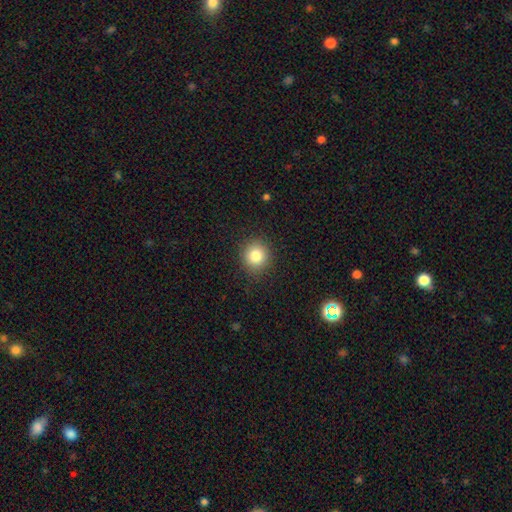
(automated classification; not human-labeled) A smooth galaxy with no disk features (82%) that is round (90%).

Vote fractions:
- Smooth or featured? smooth: 82% / star or artifact: 11% / featured or disk: 7%
- How rounded? round: 90% / in between: 9% / cigar-shaped: 1%
- Merging? none: 89% / minor disturbance: 7% / major disturbance: 2% / merger: 1%